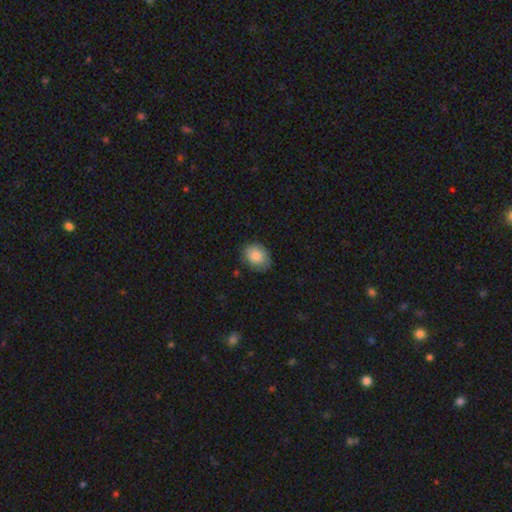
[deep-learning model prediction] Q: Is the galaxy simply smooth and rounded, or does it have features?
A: smooth — 81%.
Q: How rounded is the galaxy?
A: in between — 57%.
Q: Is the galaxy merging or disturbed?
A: none — 76%.